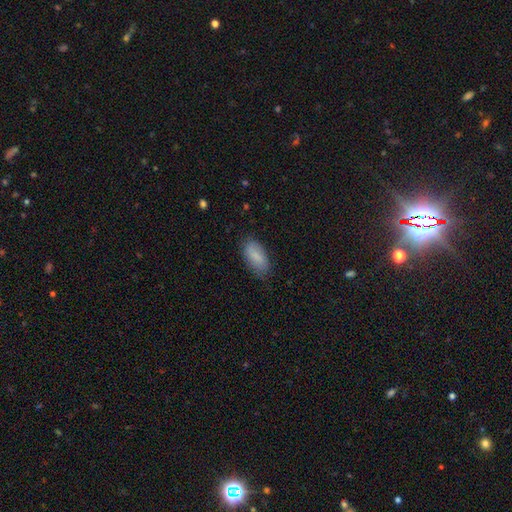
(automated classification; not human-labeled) smooth_or_featured: smooth (p=0.84) [alt: featured or disk p=0.10]
how_rounded: in between (p=0.89) [alt: cigar-shaped p=0.08]
merging: none (p=0.75) [alt: minor disturbance p=0.19]